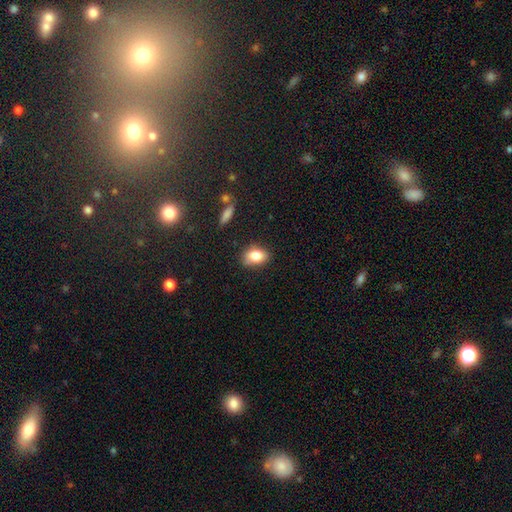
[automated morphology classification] This appears to be a smooth galaxy with no disk features (80%) that is in between round and cigar-shaped (80%). Merging: none (73%).